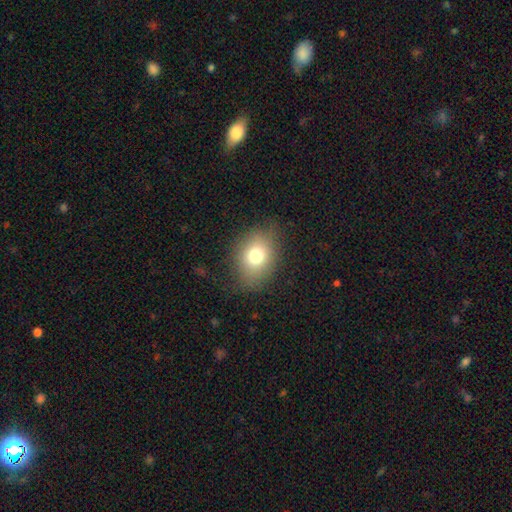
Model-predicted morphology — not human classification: Smooth or featured? Predicted: smooth (p=0.75). How rounded? Predicted: in between (p=0.59). Merging? Predicted: none (p=0.77).